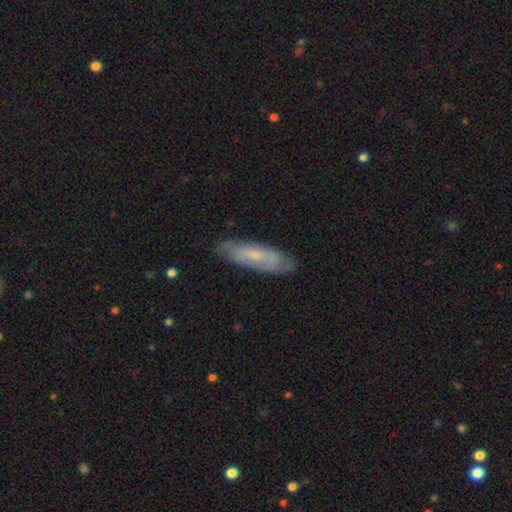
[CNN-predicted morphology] smooth-or-featured: smooth: 49% | featured or disk: 45% | star or artifact: 7%
  merging: none: 78% | minor disturbance: 17% | major disturbance: 4% | merger: 1%